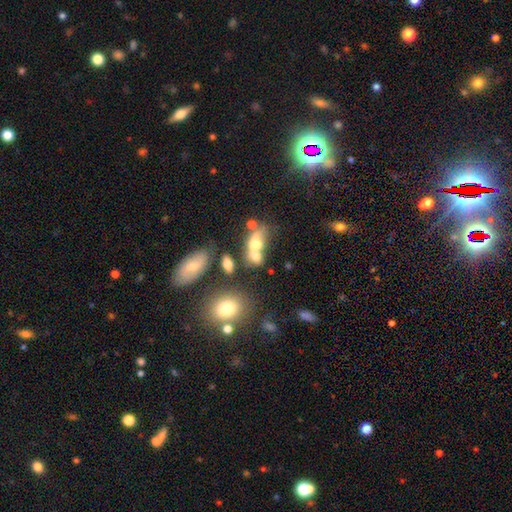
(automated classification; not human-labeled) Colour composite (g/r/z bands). It shows a star or artifact, not a galaxy (41%).